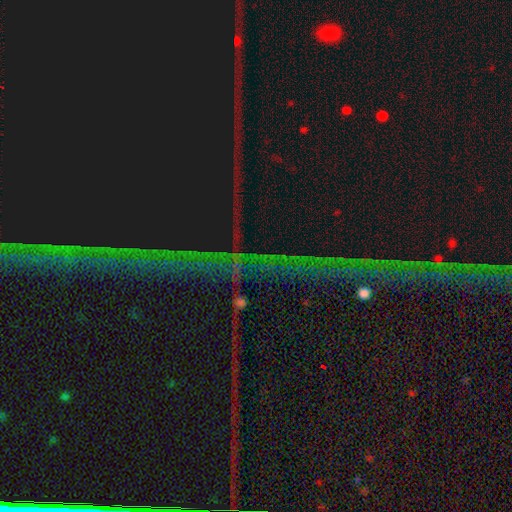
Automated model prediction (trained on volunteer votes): smooth_or_featured: star or artifact (p=0.77) [alt: featured or disk p=0.12]